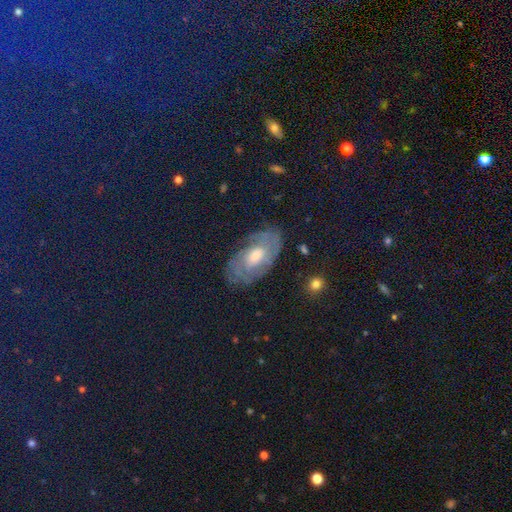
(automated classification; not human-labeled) Q: Smooth or featured?
A: featured or disk (65%); runner-up: smooth (19%)
Q: Edge-on disk?
A: no (94%); runner-up: yes (6%)
Q: Bar?
A: no (59%); runner-up: weak (34%)
Q: Spiral arms?
A: yes (83%); runner-up: no (17%)
Q: Spiral winding?
A: tight (67%); runner-up: medium (25%)
Q: Spiral arm count?
A: can't tell (54%); runner-up: 2 (18%)
Q: Bulge size?
A: moderate (62%); runner-up: small (21%)
Q: Merging?
A: none (77%); runner-up: minor disturbance (15%)